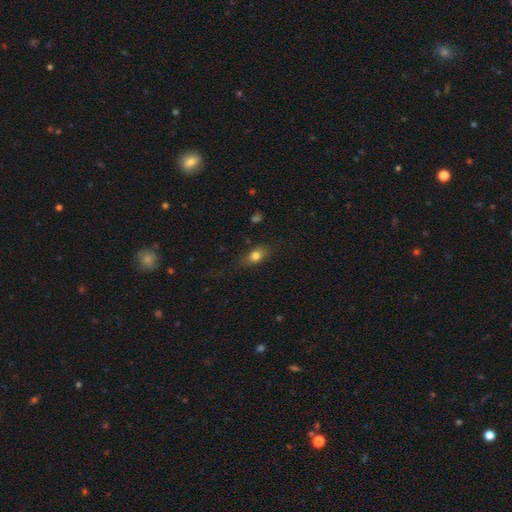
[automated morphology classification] type=smooth (77%); roundness=in between (74%); merging=none (75%).